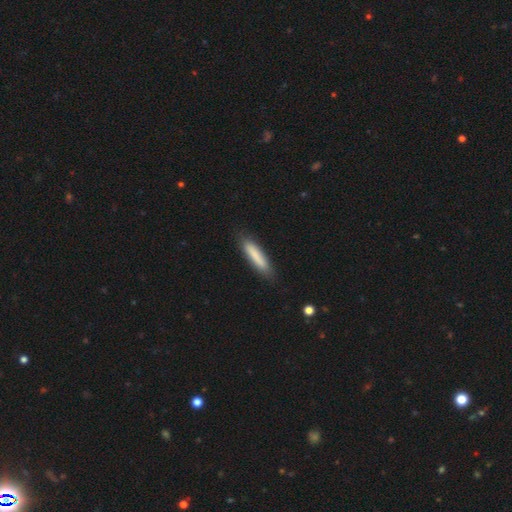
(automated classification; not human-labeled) A smooth galaxy with no disk features (82%) that is cigar-shaped (83%). Merging: none (85%).